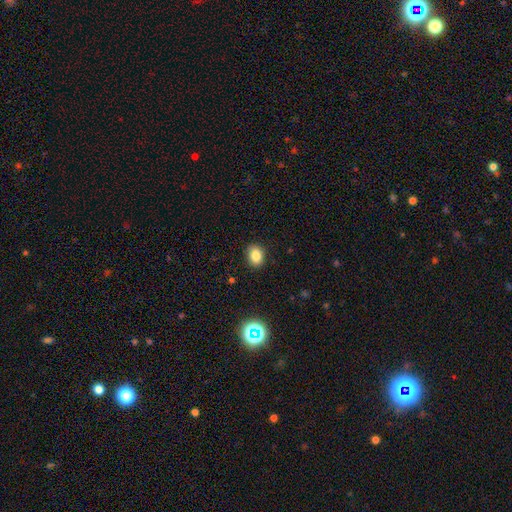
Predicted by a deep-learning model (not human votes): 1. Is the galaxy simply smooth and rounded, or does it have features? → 84% smooth, 11% star or artifact, 5% featured or disk.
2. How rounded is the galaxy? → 66% in between, 33% round, 1% cigar-shaped.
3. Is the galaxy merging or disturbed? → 87% none, 9% minor disturbance, 2% major disturbance, 1% merger.